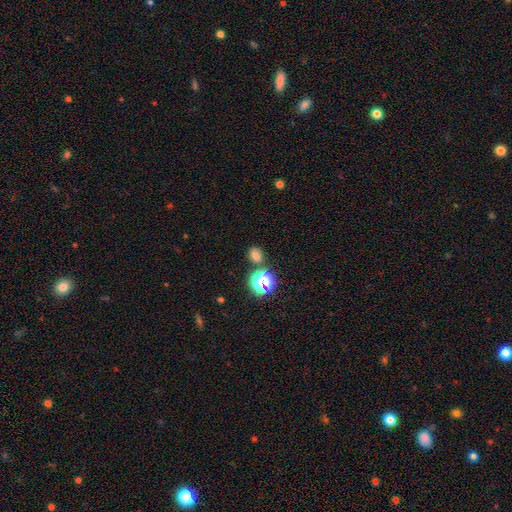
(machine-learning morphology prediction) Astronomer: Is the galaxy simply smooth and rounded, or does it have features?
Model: smooth — 63%.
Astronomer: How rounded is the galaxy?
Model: round — 58% (runner-up: in between, 40%).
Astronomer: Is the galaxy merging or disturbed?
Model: none — 75%.